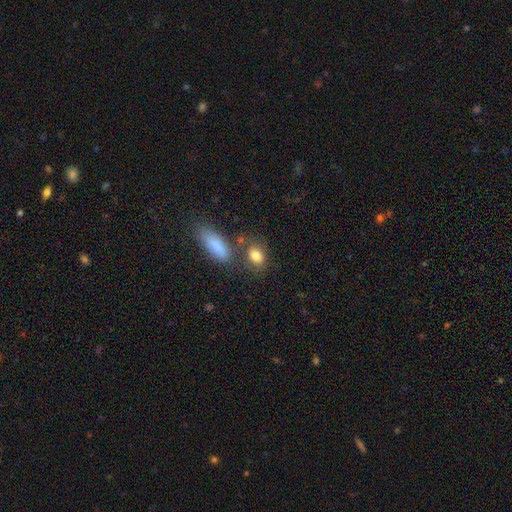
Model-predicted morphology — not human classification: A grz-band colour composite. It shows a smooth galaxy with no disk features (83%) that is in between round and cigar-shaped (74%). Merging: none (63%).